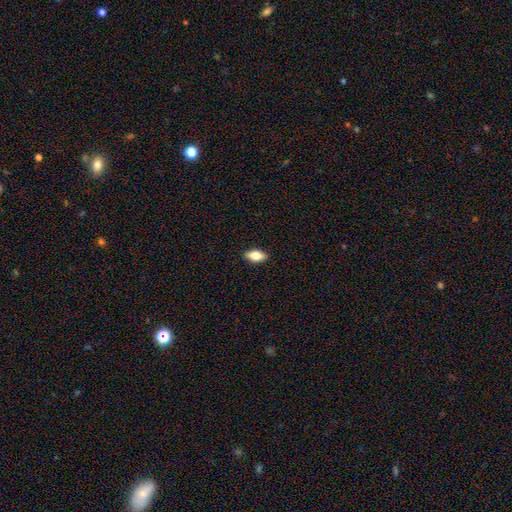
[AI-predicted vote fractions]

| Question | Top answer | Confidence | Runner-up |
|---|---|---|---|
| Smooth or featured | smooth | 67% | featured or disk (26%) |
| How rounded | in between | 83% | cigar-shaped (13%) |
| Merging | none | 89% | minor disturbance (8%) |